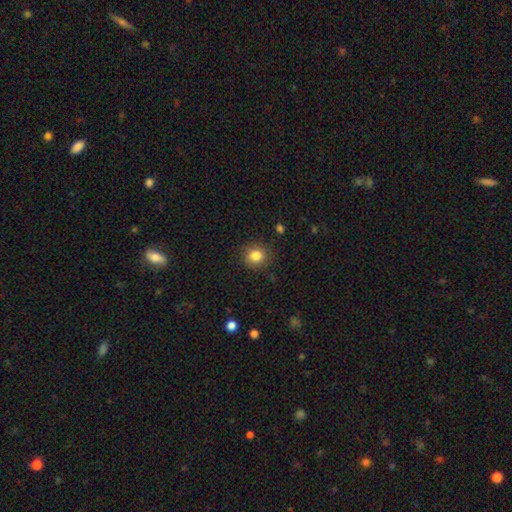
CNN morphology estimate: Smooth or featured: smooth — 84% (star or artifact — 10%)
How rounded: round — 72% (in between — 27%)
Merging: none — 85% (minor disturbance — 11%)